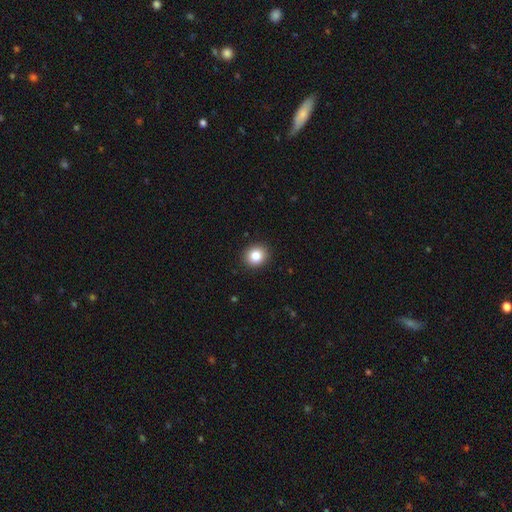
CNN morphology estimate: A smooth galaxy with no disk features (85%) that is round (78%).

Vote fractions:
- Smooth or featured? smooth: 85% / star or artifact: 10% / featured or disk: 5%
- How rounded? round: 78% / in between: 21% / cigar-shaped: 1%
- Merging? none: 91% / minor disturbance: 6% / major disturbance: 2% / merger: 1%